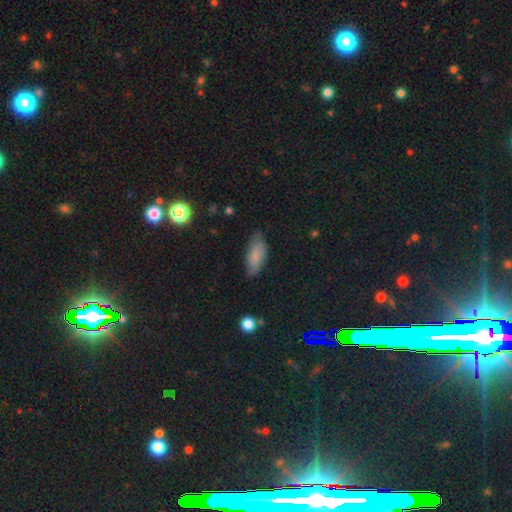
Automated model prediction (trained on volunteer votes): Morphology: type=smooth (77%); roundness=in between (82%); merging=none (75%).